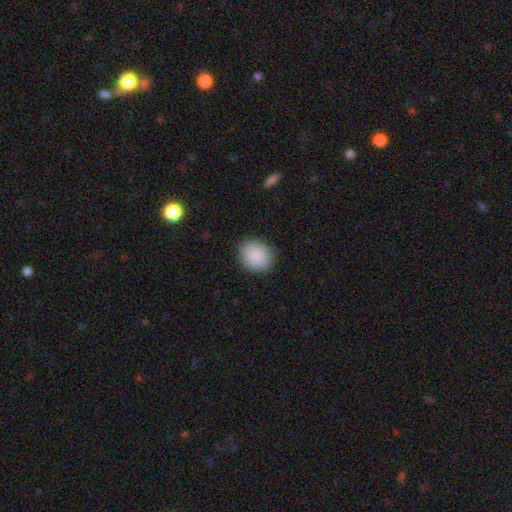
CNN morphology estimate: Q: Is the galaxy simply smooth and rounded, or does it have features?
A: smooth — 90%.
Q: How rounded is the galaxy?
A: round — 72%.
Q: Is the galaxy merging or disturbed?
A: none — 89%.